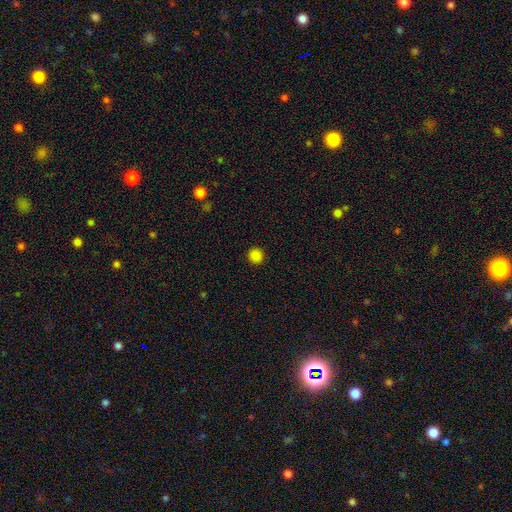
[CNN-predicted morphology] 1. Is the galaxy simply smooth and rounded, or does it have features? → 85% smooth, 12% star or artifact, 2% featured or disk.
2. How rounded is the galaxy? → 92% round, 7% in between, 1% cigar-shaped.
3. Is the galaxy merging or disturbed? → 92% none, 5% minor disturbance, 2% major disturbance, 1% merger.